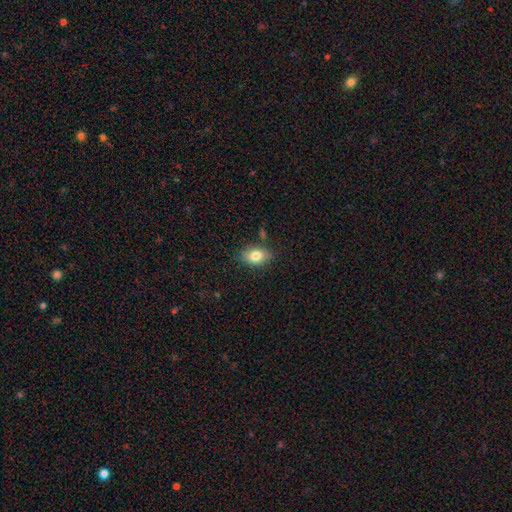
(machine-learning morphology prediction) A smooth galaxy with no disk features (81%) that is in between round and cigar-shaped (82%). Merging: none (81%).